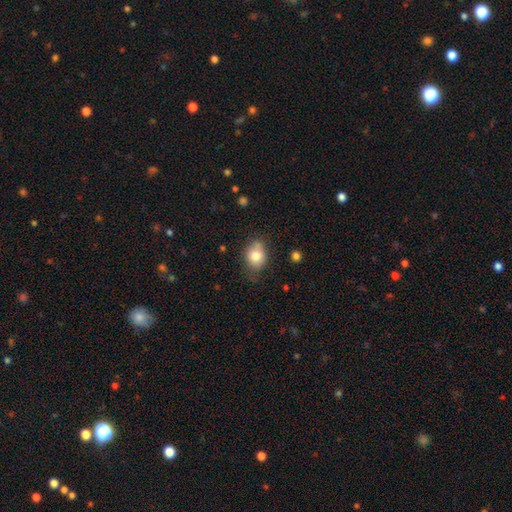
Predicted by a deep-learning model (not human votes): A smooth galaxy with no disk features (80%) that is in between round and cigar-shaped (52%).

Vote fractions:
- Smooth or featured? smooth: 80% / featured or disk: 11% / star or artifact: 9%
- How rounded? in between: 52% / round: 47% / cigar-shaped: 1%
- Merging? none: 62% / minor disturbance: 27% / major disturbance: 6% / merger: 5%